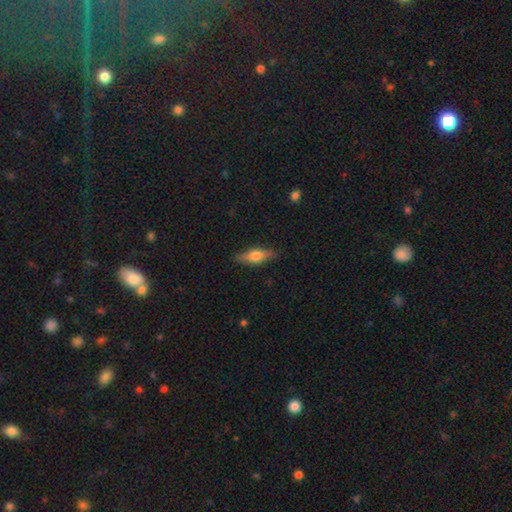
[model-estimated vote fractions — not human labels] Overall: smooth (49%; featured or disk 44%). Merging: none (86%).